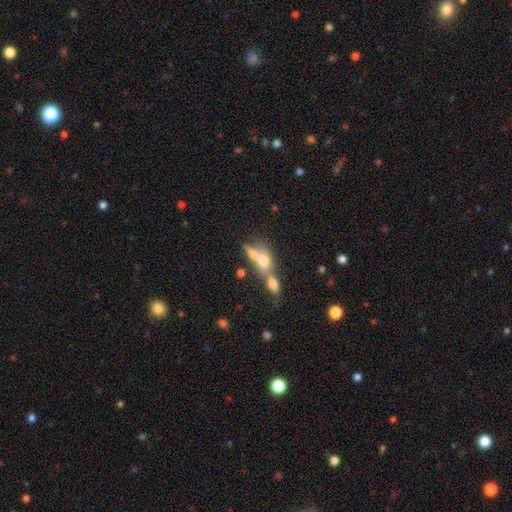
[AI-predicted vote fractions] Morphology: type=smooth (50%); roundness=in between (53%); merging=merger (66%).